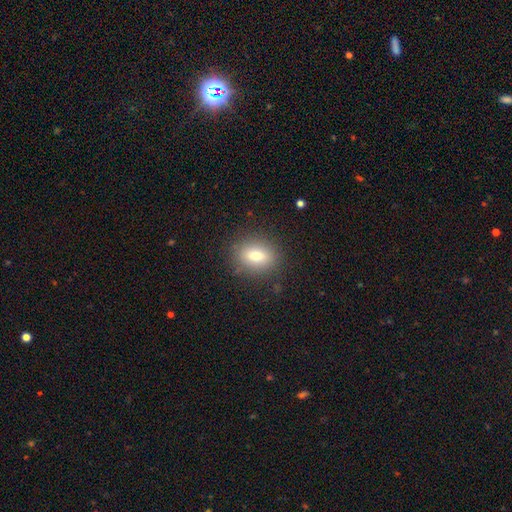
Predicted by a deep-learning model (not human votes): smooth-or-featured: smooth: 78% | featured or disk: 12% | star or artifact: 10%
  how-rounded: in between: 67% | round: 29% | cigar-shaped: 4%
  merging: none: 86% | minor disturbance: 9% | major disturbance: 3% | merger: 1%